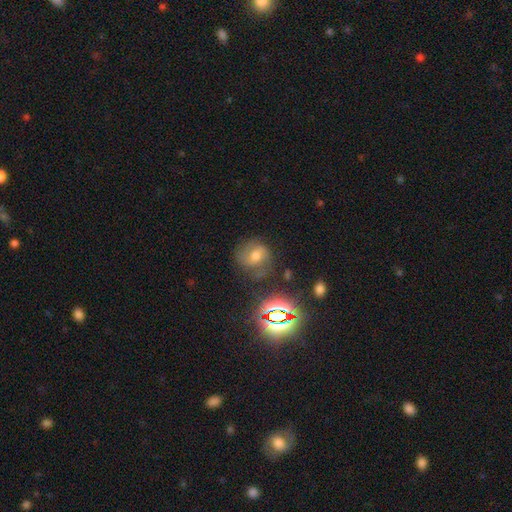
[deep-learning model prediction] Smooth or featured? Predicted: featured or disk (p=0.51). Edge-on disk? Predicted: no (p=0.96). Merging? Predicted: none (p=0.69).